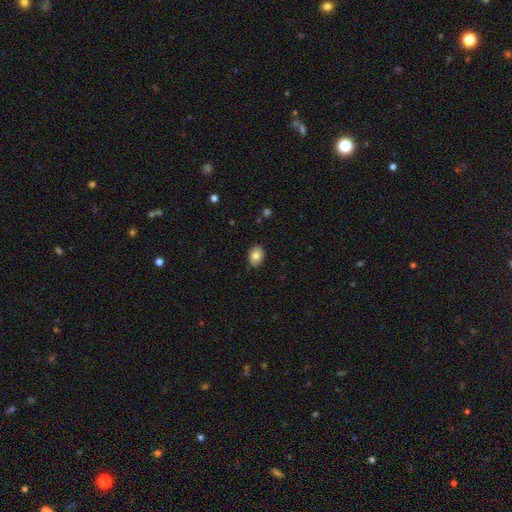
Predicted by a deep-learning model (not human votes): This appears to be a smooth galaxy with no disk features (79%) that is in between round and cigar-shaped (74%). Merging: none (84%).